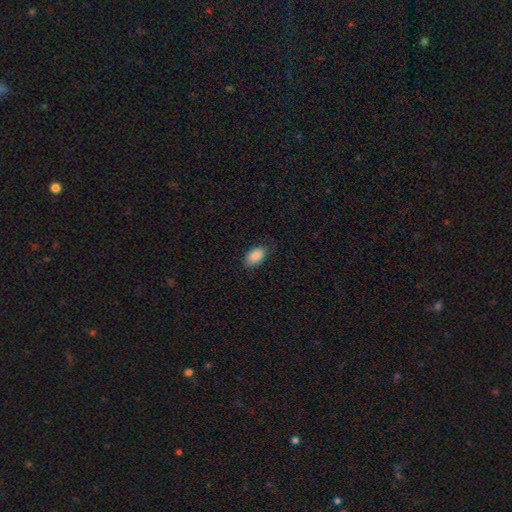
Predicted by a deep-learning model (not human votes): Morphology: type=smooth (89%); roundness=in between (93%); merging=none (78%).